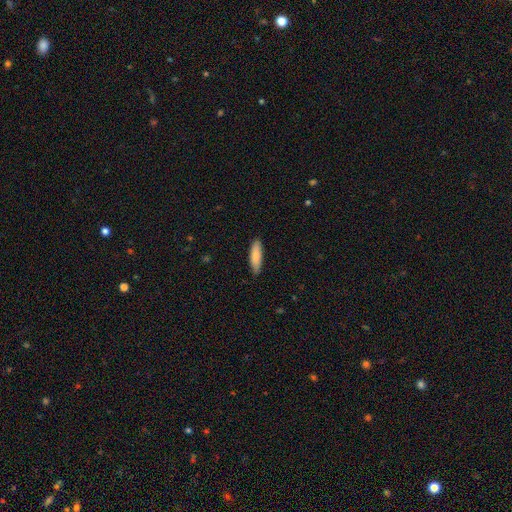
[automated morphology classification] smooth-or-featured: smooth: 85% | featured or disk: 10% | star or artifact: 5%
  how-rounded: cigar-shaped: 60% | in between: 39% | round: 1%
  merging: none: 86% | minor disturbance: 11% | major disturbance: 2% | merger: 1%